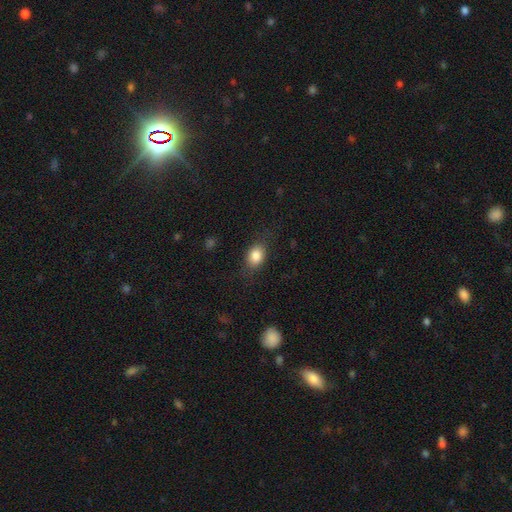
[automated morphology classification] A smooth galaxy with no disk features (83%) that is in between round and cigar-shaped (70%). Merging: none (78%).